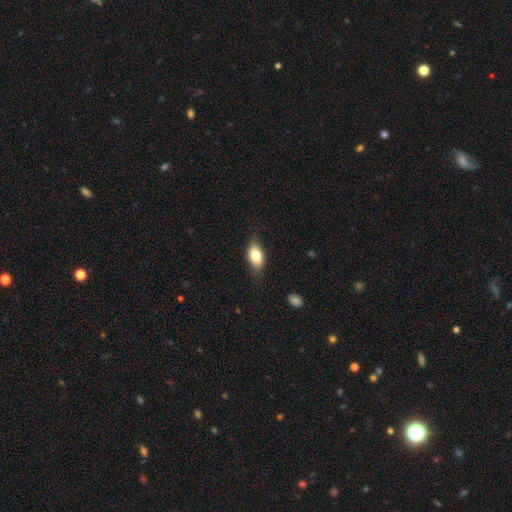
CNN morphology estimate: Q: Smooth or featured?
A: smooth (75%); runner-up: featured or disk (17%)
Q: How rounded?
A: in between (85%); runner-up: round (10%)
Q: Merging?
A: none (74%); runner-up: minor disturbance (20%)